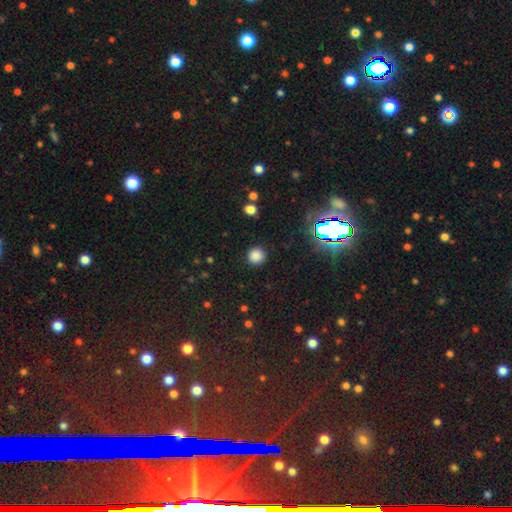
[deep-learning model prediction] Smooth or featured? smooth (81%)
How rounded? round (94%)
Merging? none (91%)